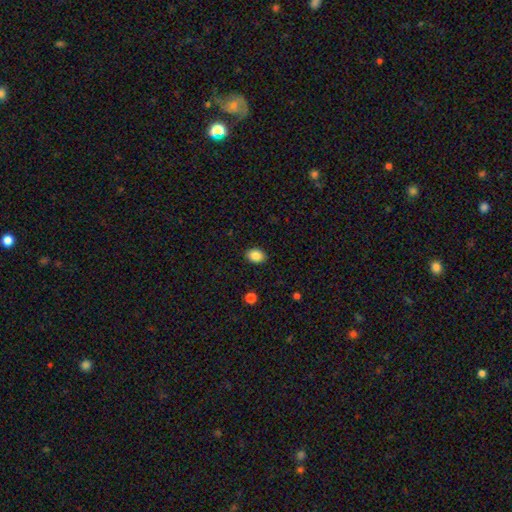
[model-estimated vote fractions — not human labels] Morphology: type=smooth (87%); roundness=in between (72%); merging=none (89%).